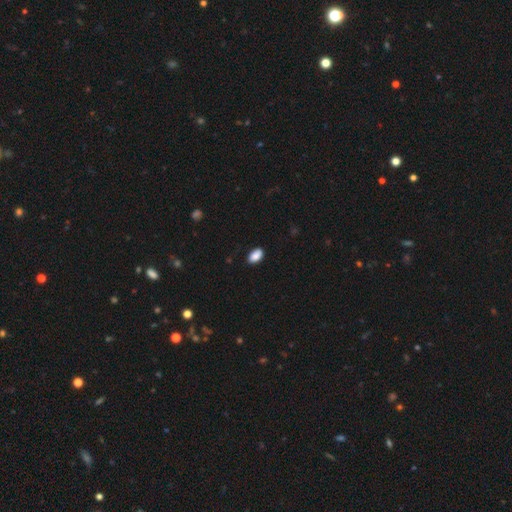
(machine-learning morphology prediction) Smooth or featured? smooth (89%)
How rounded? in between (93%)
Merging? none (85%)